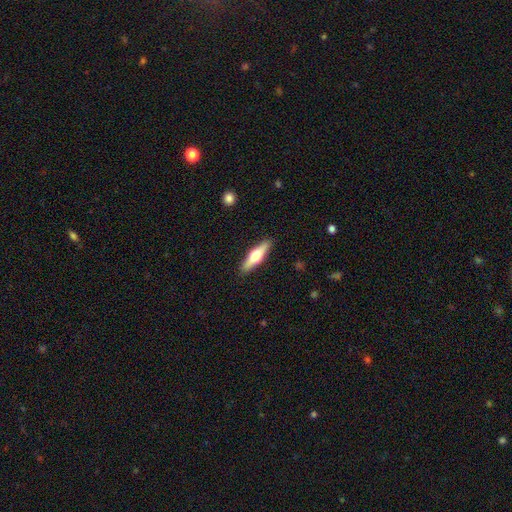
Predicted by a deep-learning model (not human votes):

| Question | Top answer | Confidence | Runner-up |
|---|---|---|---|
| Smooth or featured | featured or disk | 53% | smooth (41%) |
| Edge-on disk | yes | 94% | no (6%) |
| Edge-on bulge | rounded | 95% | boxy (3%) |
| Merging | none | 90% | minor disturbance (7%) |